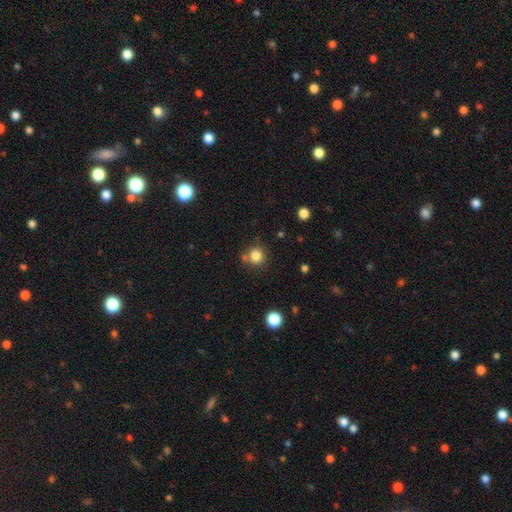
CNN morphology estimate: type=smooth (82%); roundness=round (92%); merging=none (73%).